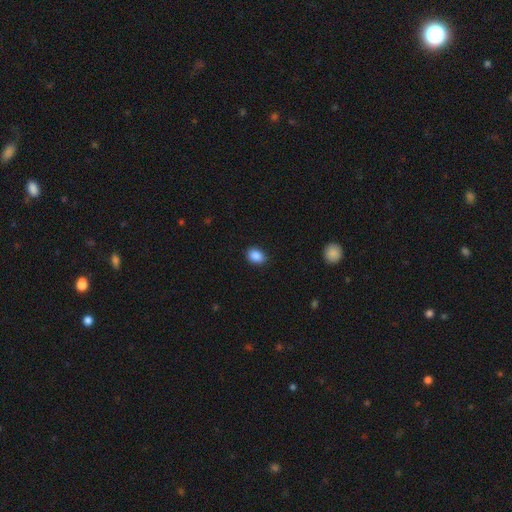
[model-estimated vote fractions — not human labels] A smooth galaxy with no disk features (88%) that is in between round and cigar-shaped (61%). Merging: none (87%).